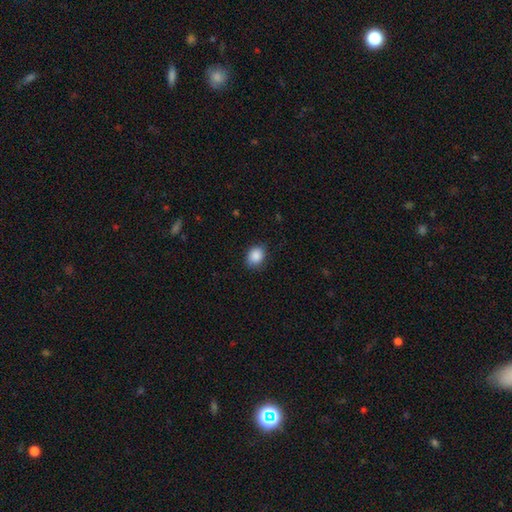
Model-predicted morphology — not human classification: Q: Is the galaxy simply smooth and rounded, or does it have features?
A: smooth — 88%.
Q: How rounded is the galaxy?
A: in between — 53%.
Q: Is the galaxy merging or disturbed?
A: none — 80%.